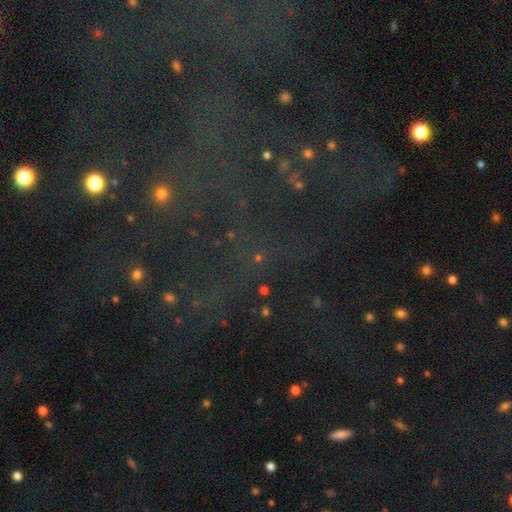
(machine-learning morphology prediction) Overall: star or artifact (74%).